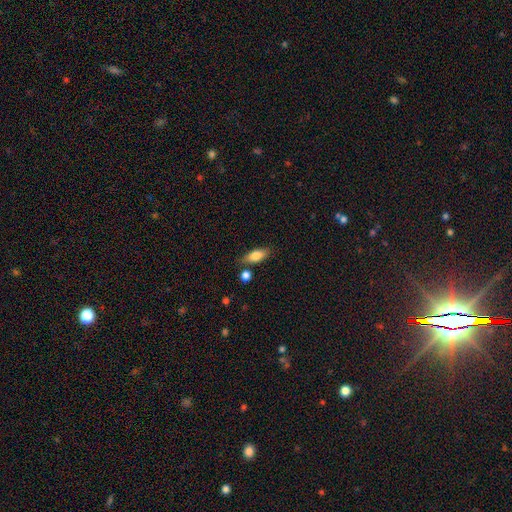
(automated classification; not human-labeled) A smooth galaxy with no disk features (79%) that is in between round and cigar-shaped (76%).

Vote fractions:
- Smooth or featured? smooth: 79% / featured or disk: 13% / star or artifact: 7%
- How rounded? in between: 76% / cigar-shaped: 20% / round: 4%
- Merging? none: 72% / minor disturbance: 15% / merger: 9% / major disturbance: 4%